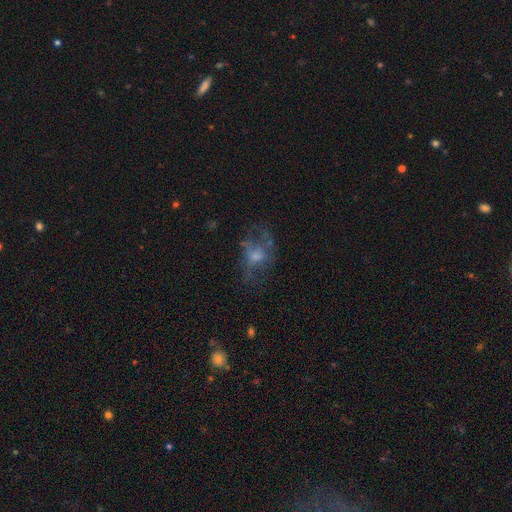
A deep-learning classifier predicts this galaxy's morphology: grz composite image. It shows a featured or disk galaxy (50%). Merging: none (46%).